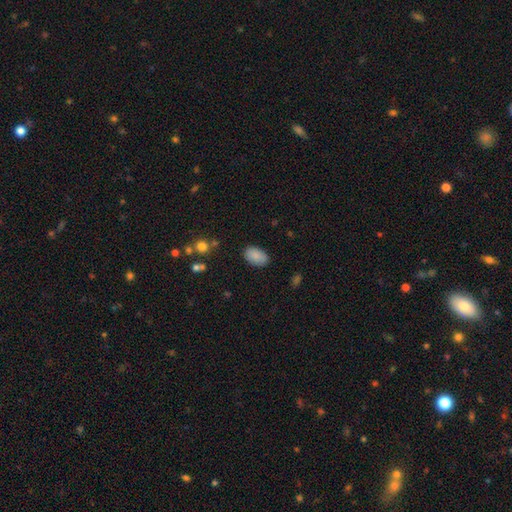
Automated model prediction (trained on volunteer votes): A smooth galaxy with no disk features (88%) that is in between round and cigar-shaped (92%). Merging: none (86%).